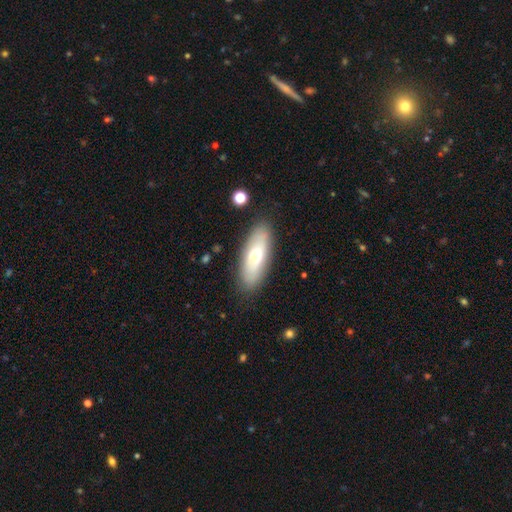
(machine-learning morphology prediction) Smooth or featured? smooth (63%)
How rounded? in between (65%)
Merging? none (85%)